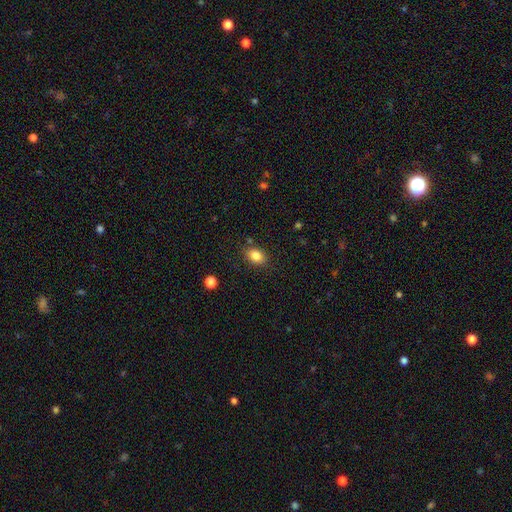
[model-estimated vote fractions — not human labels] Overall: smooth (84%). How rounded: in between (74%). Merging: none (83%).